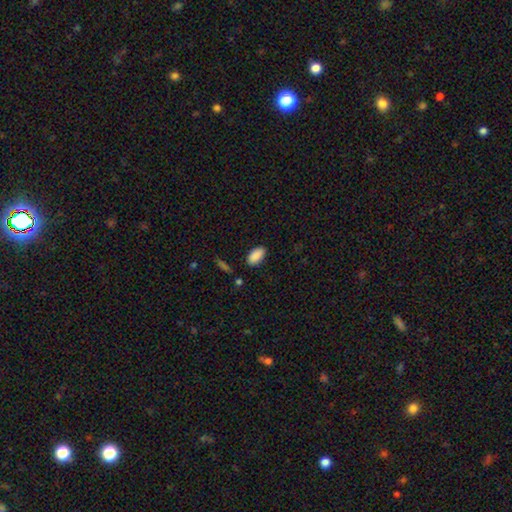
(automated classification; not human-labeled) A smooth galaxy with no disk features (90%) that is in between round and cigar-shaped (94%).

Vote fractions:
- Smooth or featured? smooth: 90% / star or artifact: 7% / featured or disk: 3%
- How rounded? in between: 94% / cigar-shaped: 4% / round: 3%
- Merging? none: 85% / minor disturbance: 10% / major disturbance: 3% / merger: 2%